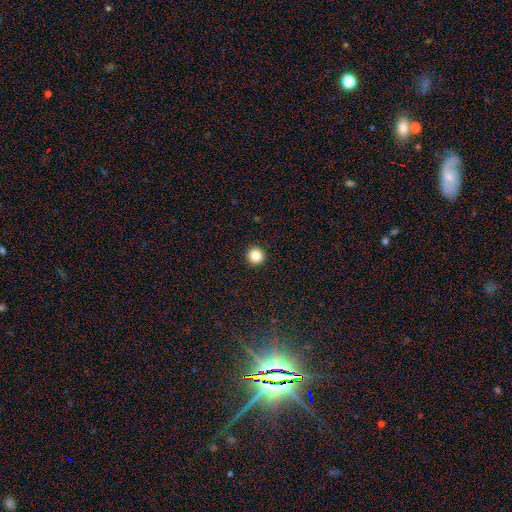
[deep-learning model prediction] Smooth or featured: smooth — 86% (star or artifact — 11%)
How rounded: round — 95% (in between — 4%)
Merging: none — 94% (minor disturbance — 4%)